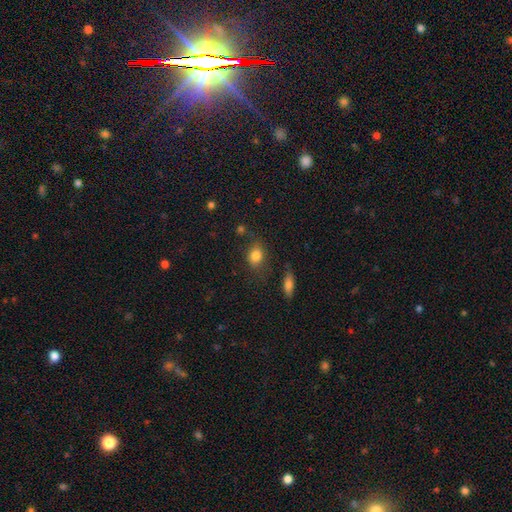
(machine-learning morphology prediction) type=smooth (82%); roundness=in between (54%); merging=none (68%).